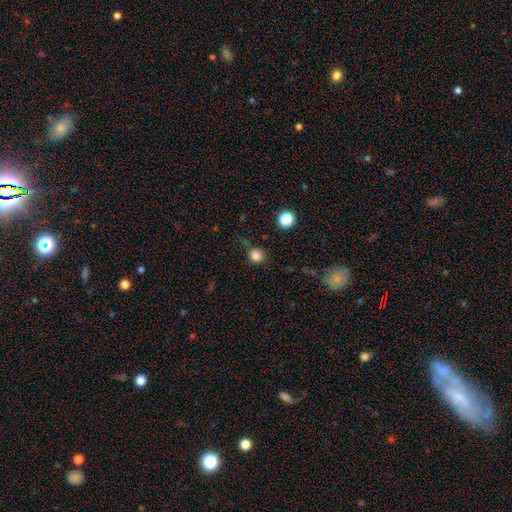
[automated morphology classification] Overall: smooth (81%). How rounded: round (89%). Merging: none (66%).